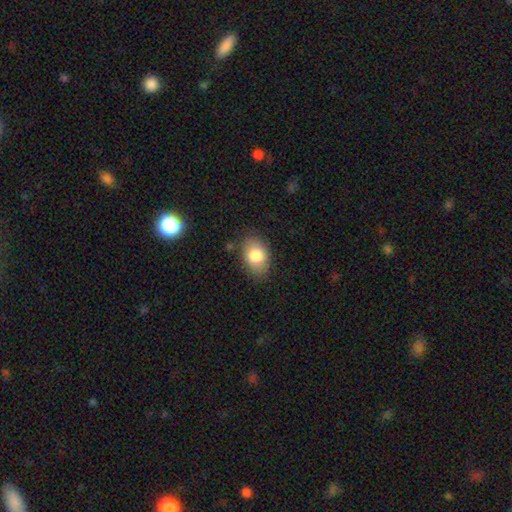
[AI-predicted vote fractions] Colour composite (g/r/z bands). It shows a smooth galaxy with no disk features (82%) that is in between round and cigar-shaped (80%). Merging: none (79%).